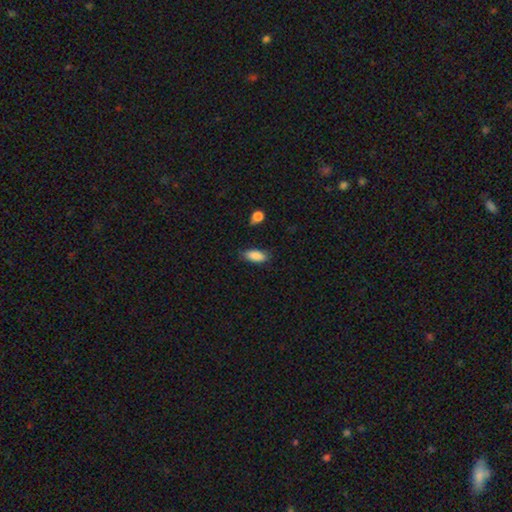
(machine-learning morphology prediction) type=smooth (87%); roundness=in between (84%); merging=none (78%).